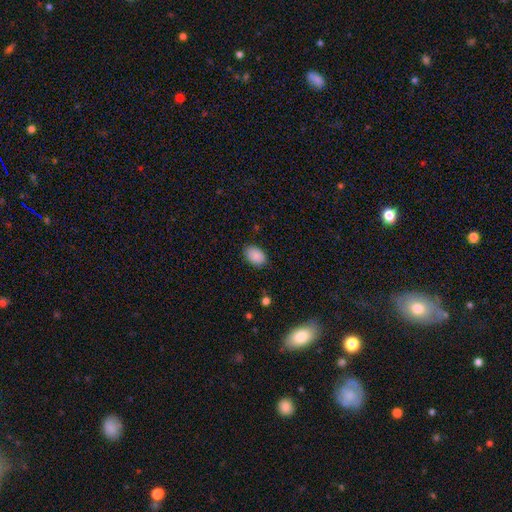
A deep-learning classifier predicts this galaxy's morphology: smooth_or_featured: smooth (p=0.89) [alt: star or artifact p=0.07]
how_rounded: in between (p=0.85) [alt: round p=0.14]
merging: none (p=0.85) [alt: minor disturbance p=0.12]